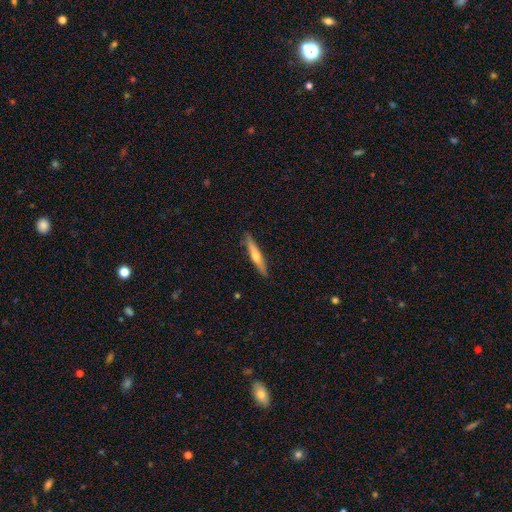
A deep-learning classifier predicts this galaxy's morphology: smooth-or-featured: featured or disk: 50% | smooth: 44% | star or artifact: 6%
  disk-edge-on: yes: 95% | no: 5%
  merging: none: 89% | minor disturbance: 9% | major disturbance: 2% | merger: 1%